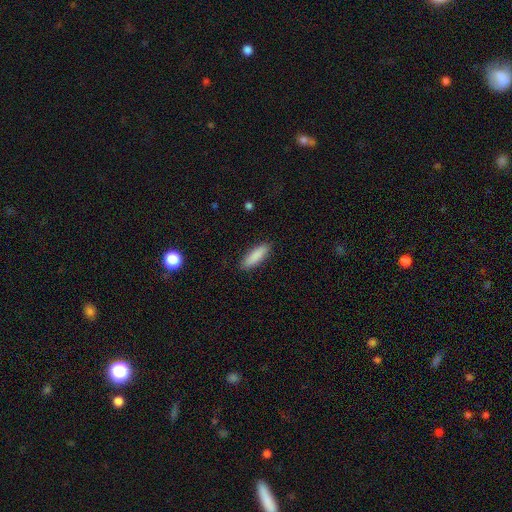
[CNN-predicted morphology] Smooth or featured: smooth — 88% (featured or disk — 6%)
How rounded: cigar-shaped — 50% (in between — 48%)
Merging: none — 88% (minor disturbance — 9%)